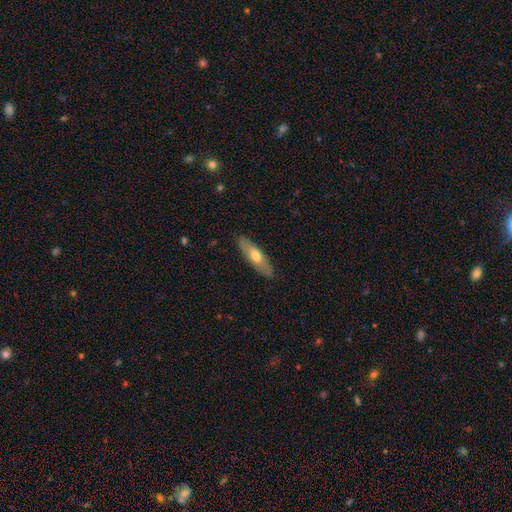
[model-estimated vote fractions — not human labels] Overall: smooth (60%; featured or disk 35%). How rounded: cigar-shaped (50%; in between 48%). Merging: none (86%).